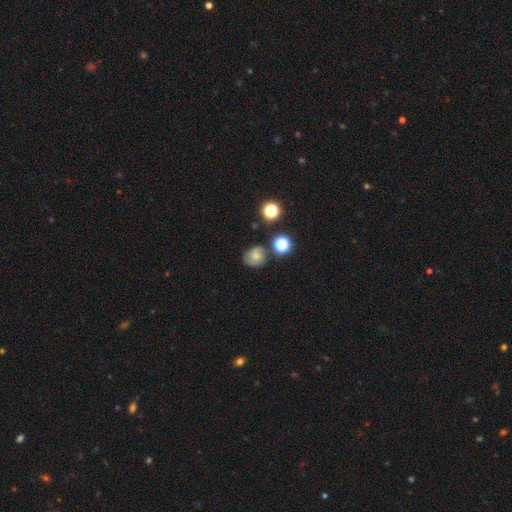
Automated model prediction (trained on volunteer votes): The model was most divided on "smooth or featured": smooth: 52%, featured or disk: 32%, star or artifact: 16%. More confident: how rounded — round (76%); merging — none (67%).